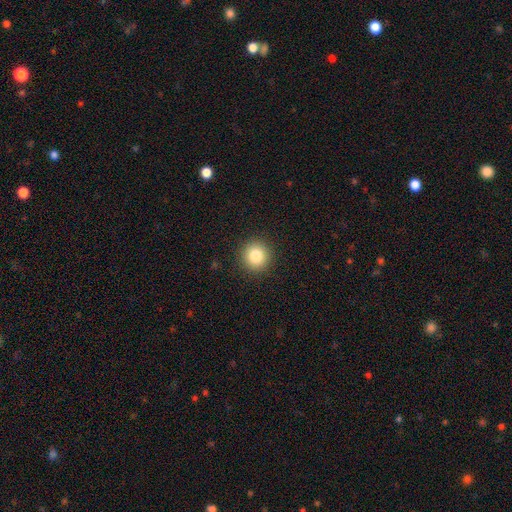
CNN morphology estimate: Smooth or featured?
  - smooth: 84% *
  - star or artifact: 10%
  - featured or disk: 6%
How rounded?
  - round: 93% *
  - in between: 6%
  - cigar-shaped: 1%
Merging?
  - none: 92% *
  - minor disturbance: 5%
  - major disturbance: 2%
  - merger: 1%